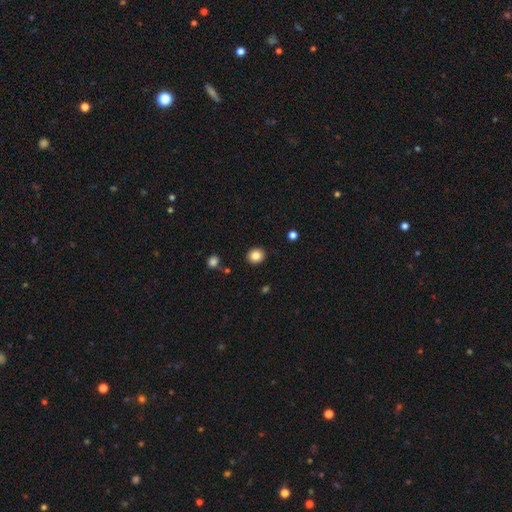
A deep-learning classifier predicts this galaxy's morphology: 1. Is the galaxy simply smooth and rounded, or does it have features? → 84% smooth, 10% star or artifact, 6% featured or disk.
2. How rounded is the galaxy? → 81% round, 18% in between, 1% cigar-shaped.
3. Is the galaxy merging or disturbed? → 90% none, 6% minor disturbance, 2% major disturbance, 1% merger.